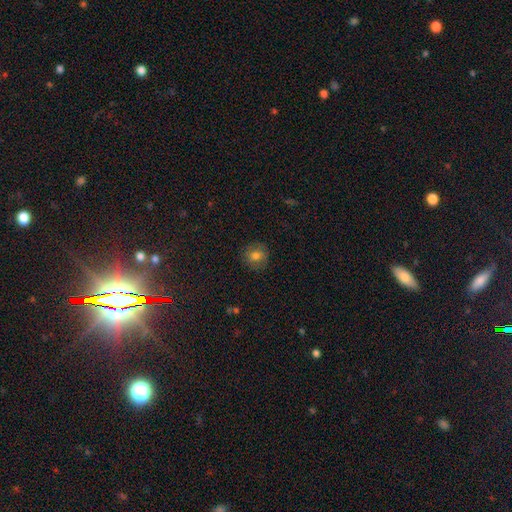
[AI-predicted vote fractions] Smooth or featured? smooth (77%)
How rounded? round (88%)
Merging? none (87%)